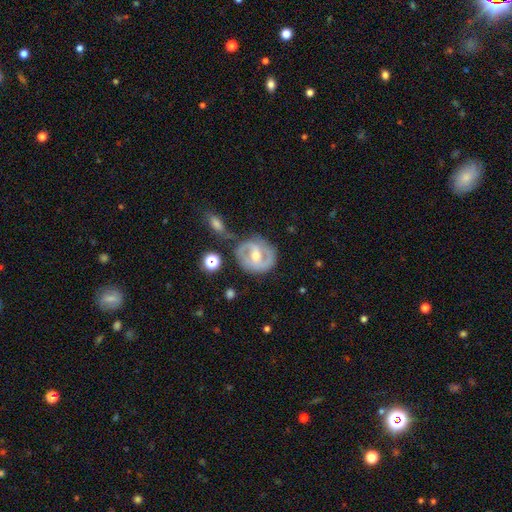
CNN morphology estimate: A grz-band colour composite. It shows a featured or disk galaxy (80%) with a weak bar (40%), 2 (82%) medium (47%) spiral arms (86%) and a moderate central bulge (62%). Merging: none (67%).